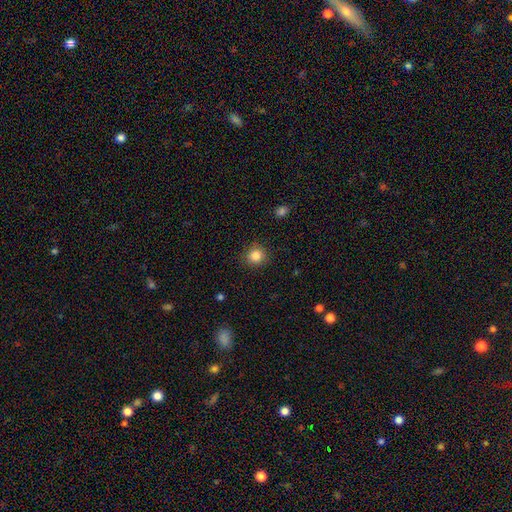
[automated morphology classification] This appears to be a smooth galaxy with no disk features (85%) that is round (91%). Merging: none (89%).